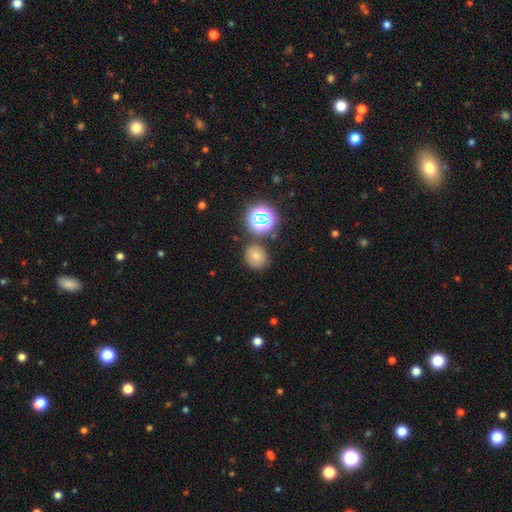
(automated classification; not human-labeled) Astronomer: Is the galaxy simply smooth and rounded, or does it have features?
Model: smooth — 69%.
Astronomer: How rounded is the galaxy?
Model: round — 74%.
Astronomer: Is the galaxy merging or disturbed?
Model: none — 78%.